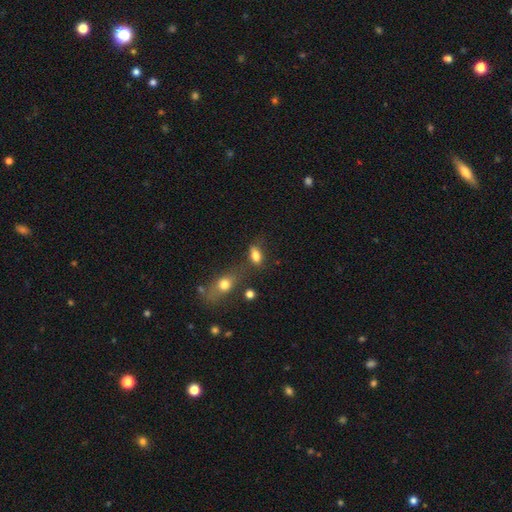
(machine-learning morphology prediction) Smooth or featured: smooth — 79% (star or artifact — 11%)
How rounded: in between — 81% (round — 12%)
Merging: none — 57% (minor disturbance — 19%)